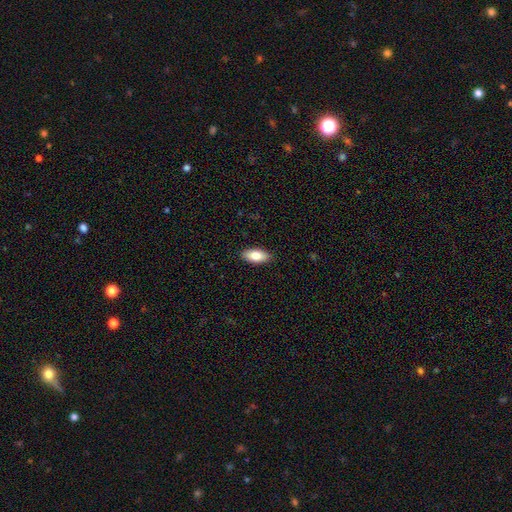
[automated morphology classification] Smooth or featured? smooth (81%)
How rounded? in between (89%)
Merging? none (89%)